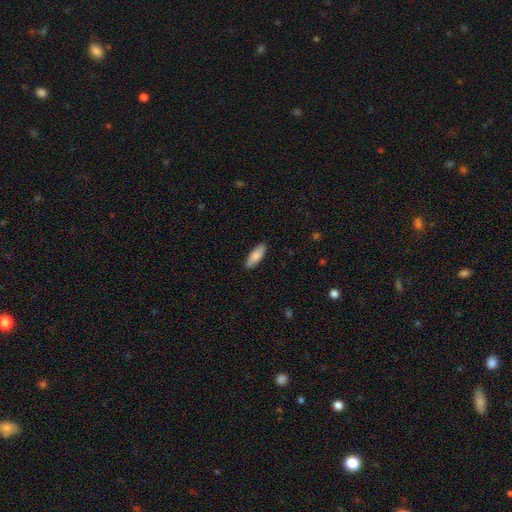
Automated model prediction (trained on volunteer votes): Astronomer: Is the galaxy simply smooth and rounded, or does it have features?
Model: smooth — 85%.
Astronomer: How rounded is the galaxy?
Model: in between — 62%.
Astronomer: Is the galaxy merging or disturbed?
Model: none — 88%.